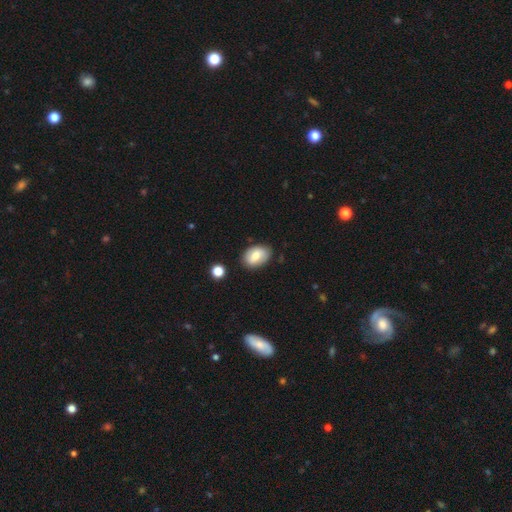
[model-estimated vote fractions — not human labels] Overall: smooth (76%). How rounded: in between (86%). Merging: none (81%).